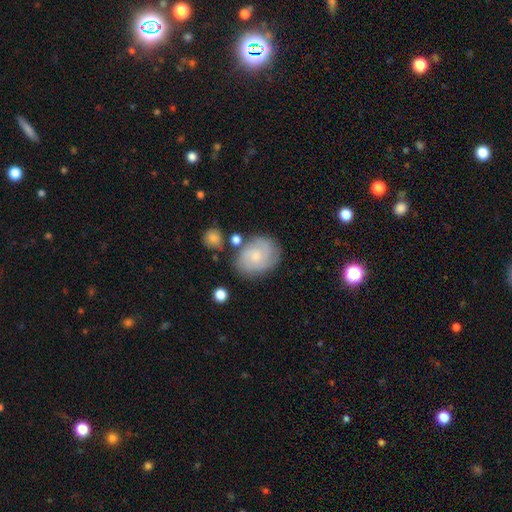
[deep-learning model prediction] smooth-or-featured: featured or disk: 52% | smooth: 39% | star or artifact: 8%
  disk-edge-on: no: 97% | yes: 3%
    bar: no: 75% | weak: 23% | strong: 3%
    has-spiral-arms: yes: 86% | no: 14%
    bulge-size: small: 58% | moderate: 33% | none: 6% | large: 3% | dominant: 1%
  merging: none: 70% | minor disturbance: 18% | merger: 6% | major disturbance: 6%